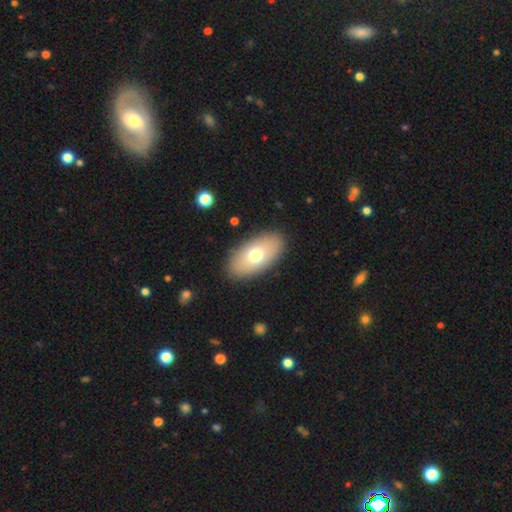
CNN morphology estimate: A smooth galaxy with no disk features (63%) that is in between round and cigar-shaped (92%). Merging: none (88%).